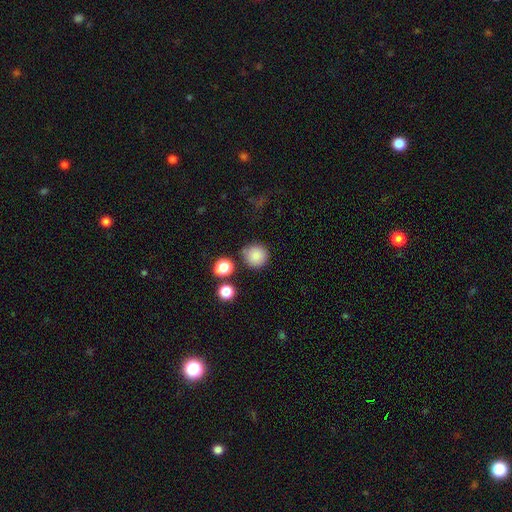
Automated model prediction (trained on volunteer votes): Morphology: type=smooth (85%); roundness=round (94%); merging=none (81%).